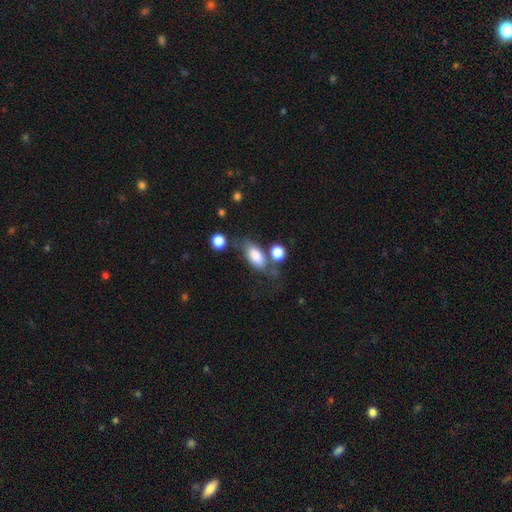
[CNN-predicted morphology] type=smooth (79%); roundness=in between (87%); merging=none (48%).